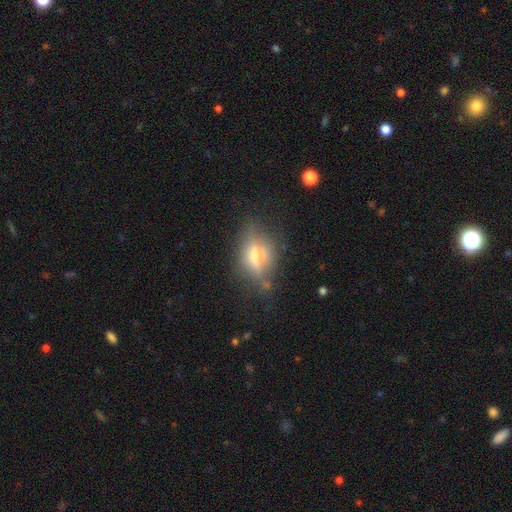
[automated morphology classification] Overall: featured or disk (47%; smooth 41%). Merging: none (61%; minor disturbance 23%).